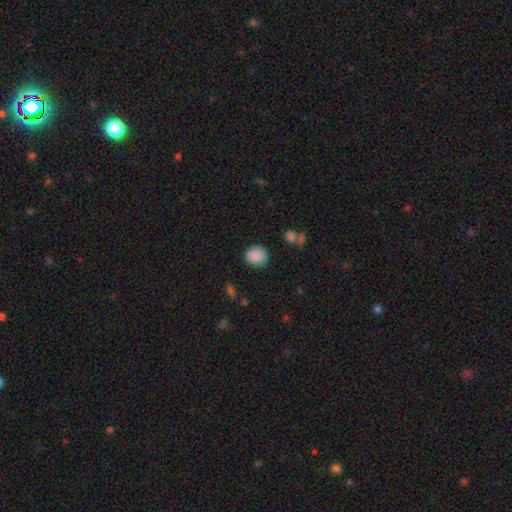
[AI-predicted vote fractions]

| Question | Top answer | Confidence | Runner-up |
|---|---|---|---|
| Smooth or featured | smooth | 87% | star or artifact (9%) |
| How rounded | round | 78% | in between (21%) |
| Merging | none | 81% | minor disturbance (14%) |